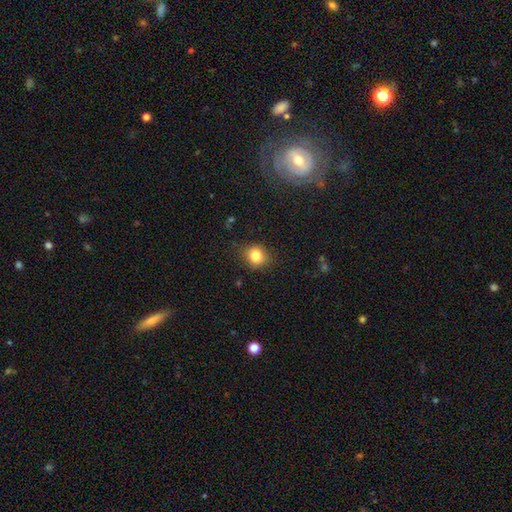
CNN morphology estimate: Q: Smooth or featured?
A: smooth (82%); runner-up: star or artifact (11%)
Q: How rounded?
A: round (73%); runner-up: in between (26%)
Q: Merging?
A: none (81%); runner-up: minor disturbance (14%)